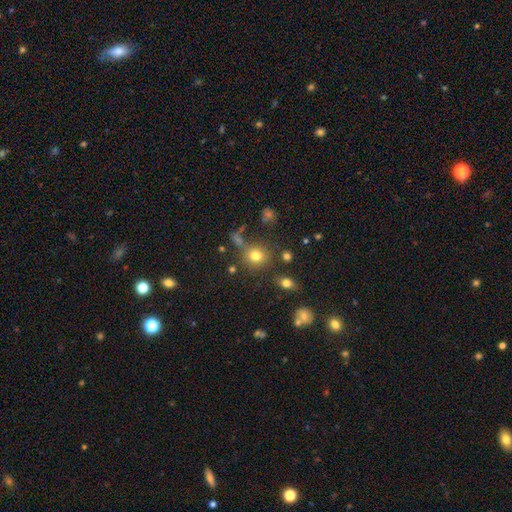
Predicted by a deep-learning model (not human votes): This appears to be a smooth galaxy with no disk features (75%) that is round (86%). Merging: none (73%).